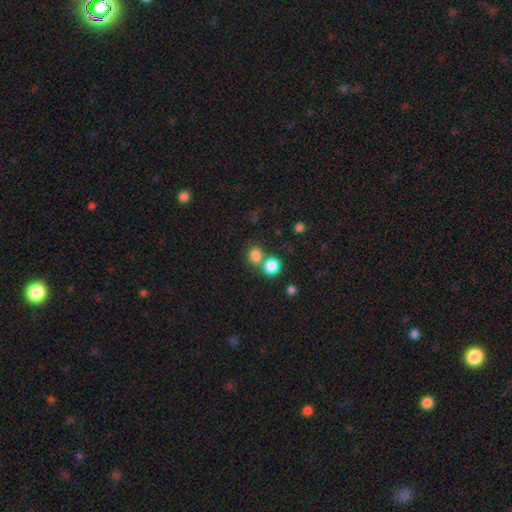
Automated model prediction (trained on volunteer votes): Smooth or featured?
  - smooth: 81% *
  - star or artifact: 13%
  - featured or disk: 6%
How rounded?
  - round: 80% *
  - in between: 19%
  - cigar-shaped: 1%
Merging?
  - none: 57% *
  - merger: 33%
  - minor disturbance: 7%
  - major disturbance: 3%